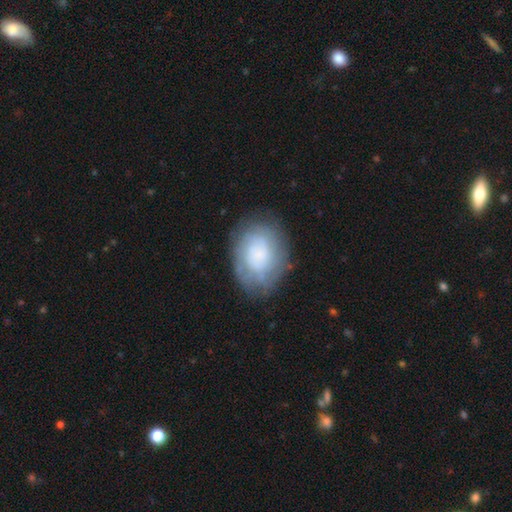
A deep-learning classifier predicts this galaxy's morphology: This is possibly a smooth galaxy (45%, tied with featured or disk). Merging: likely none (74%).